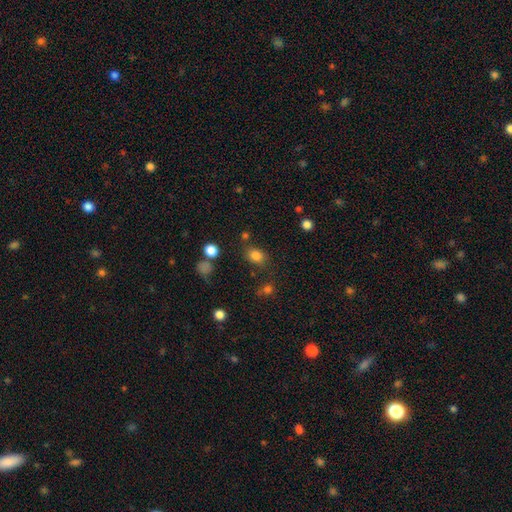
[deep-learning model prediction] This appears to be a smooth galaxy with no disk features (82%) that is in between round and cigar-shaped (55%). Merging: none (76%).